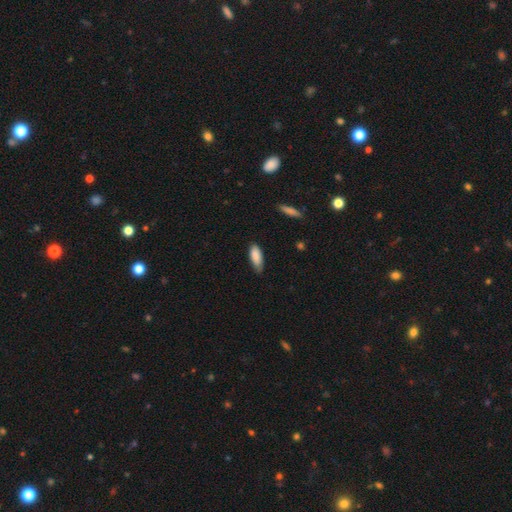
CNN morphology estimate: This appears to be a smooth galaxy with no disk features (86%) that is in between round and cigar-shaped (74%). Merging: none (70%).